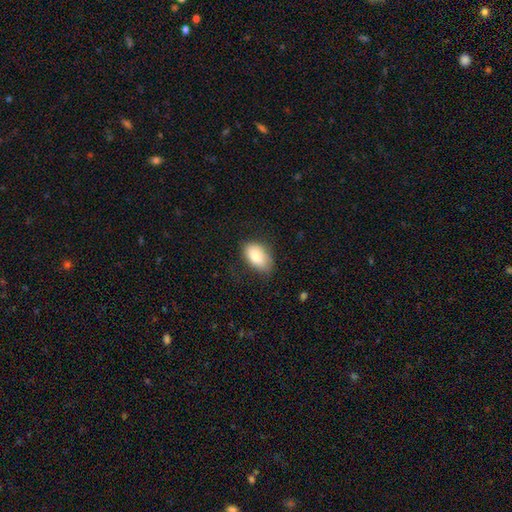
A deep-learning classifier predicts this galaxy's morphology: smooth 81%, featured or disk 12%, star or artifact 7%. Down the decision tree: how rounded — in between (92%); merging — none (66%).